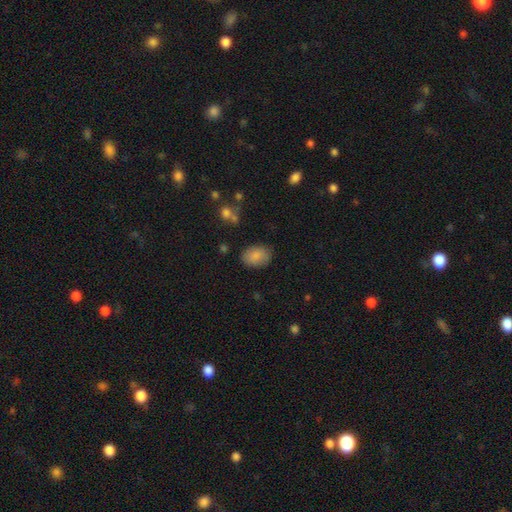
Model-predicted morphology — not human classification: Smooth or featured? Predicted: smooth (p=0.86). How rounded? Predicted: in between (p=0.82). Merging? Predicted: none (p=0.84).